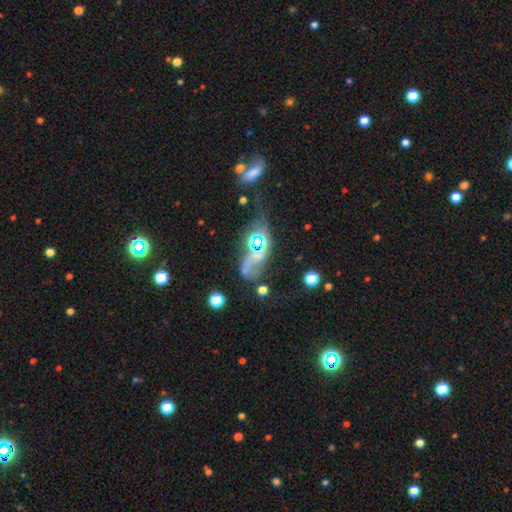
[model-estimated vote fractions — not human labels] The model was most divided on "merging": major disturbance: 31%, merger: 29%, none: 25%, minor disturbance: 15%. More confident: edge-on disk — no (88%); smooth or featured — featured or disk (54%).